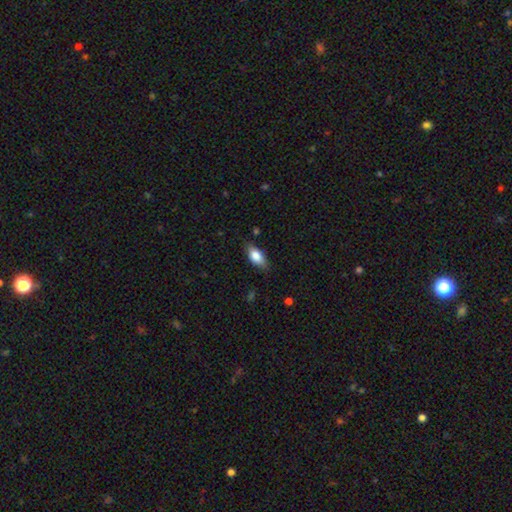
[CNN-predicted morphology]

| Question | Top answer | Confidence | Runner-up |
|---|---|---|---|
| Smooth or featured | smooth | 82% | featured or disk (11%) |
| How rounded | in between | 87% | cigar-shaped (9%) |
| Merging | none | 78% | minor disturbance (17%) |